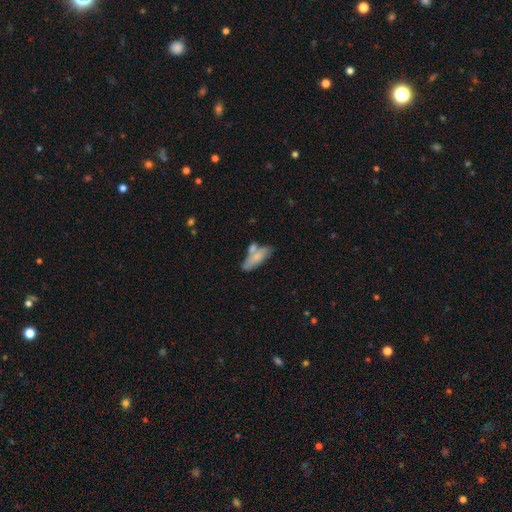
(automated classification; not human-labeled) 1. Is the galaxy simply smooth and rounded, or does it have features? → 72% smooth, 21% featured or disk, 7% star or artifact.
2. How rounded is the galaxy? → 66% in between, 31% cigar-shaped, 3% round.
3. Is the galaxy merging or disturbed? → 43% none, 32% merger, 18% minor disturbance, 7% major disturbance.